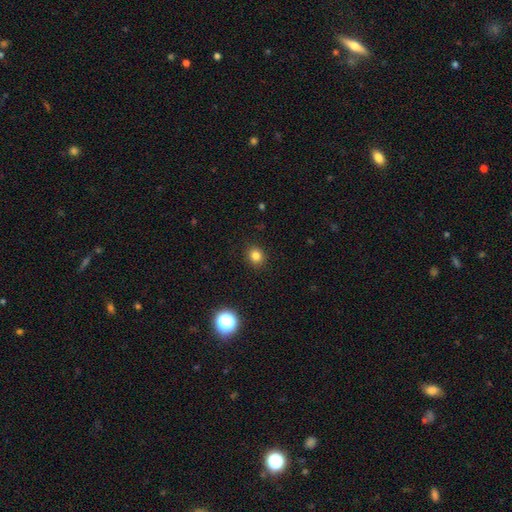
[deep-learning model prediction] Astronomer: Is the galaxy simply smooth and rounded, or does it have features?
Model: smooth — 81%.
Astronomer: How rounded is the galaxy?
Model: round — 79%.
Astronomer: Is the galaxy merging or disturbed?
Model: none — 91%.